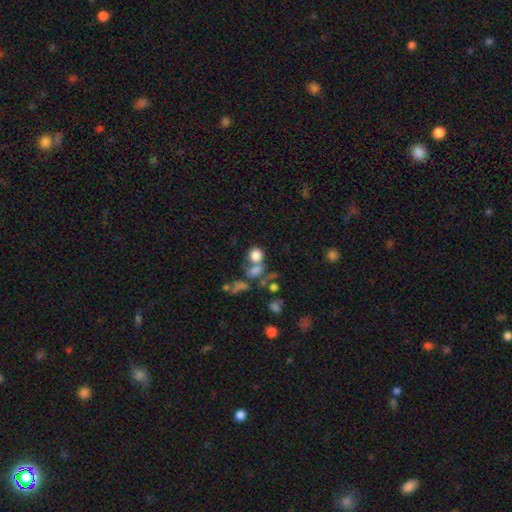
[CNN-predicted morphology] Smooth or featured?
  - smooth: 75% *
  - star or artifact: 14%
  - featured or disk: 11%
How rounded?
  - round: 72% *
  - in between: 27%
  - cigar-shaped: 2%
Merging?
  - merger: 43% *
  - none: 36%
  - major disturbance: 10%
  - minor disturbance: 10%